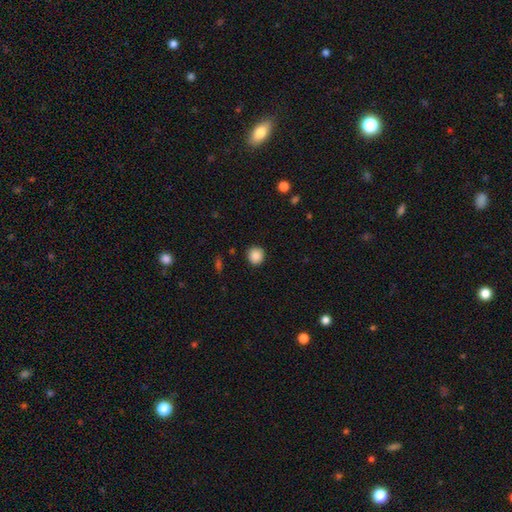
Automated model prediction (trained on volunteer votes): Smooth or featured?
  - smooth: 88% *
  - star or artifact: 9%
  - featured or disk: 3%
How rounded?
  - round: 90% *
  - in between: 9%
  - cigar-shaped: 1%
Merging?
  - none: 91% *
  - minor disturbance: 6%
  - major disturbance: 2%
  - merger: 1%